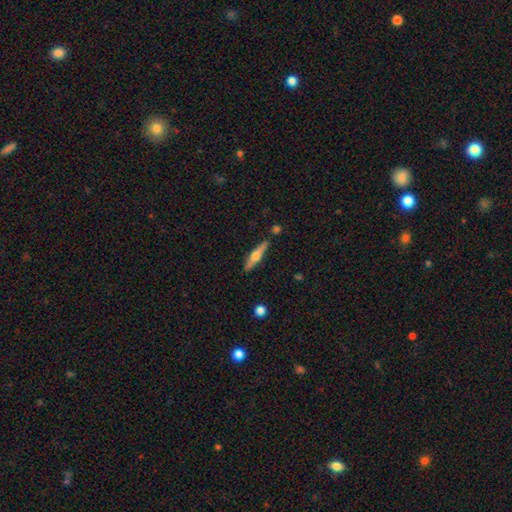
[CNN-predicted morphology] This appears to be a featured or disk galaxy (59%) viewed edge-on (96%) with a rounded central bulge (92%). Merging: none (86%).